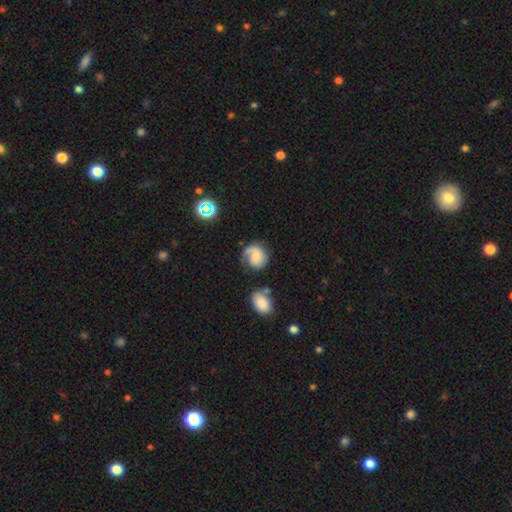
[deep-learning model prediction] Morphology: type=featured or disk (48%); merging=none (50%).